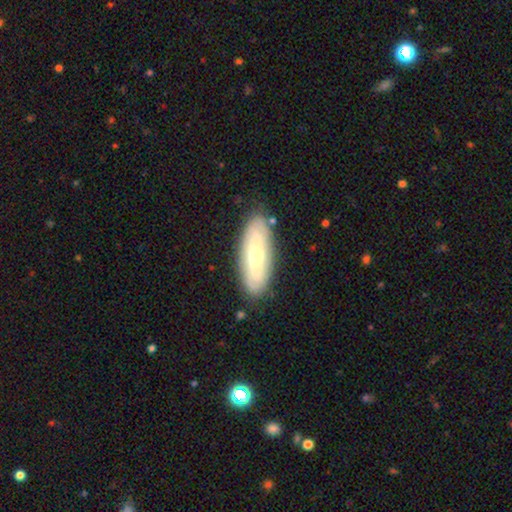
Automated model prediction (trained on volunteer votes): Smooth or featured?
  - featured or disk: 50% *
  - smooth: 44%
  - star or artifact: 6%
Edge-on disk?
  - no: 73% *
  - yes: 27%
Merging?
  - none: 83% *
  - minor disturbance: 12%
  - major disturbance: 3%
  - merger: 2%